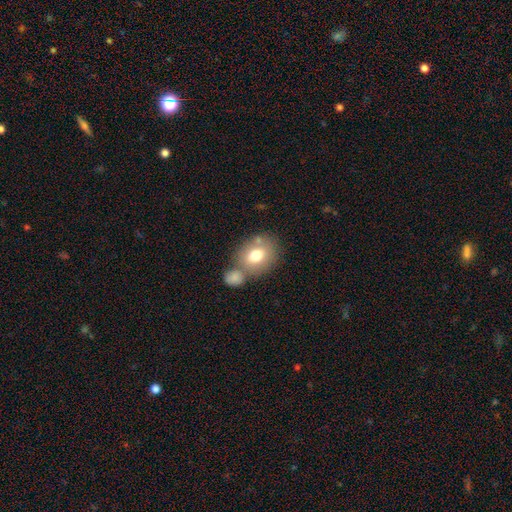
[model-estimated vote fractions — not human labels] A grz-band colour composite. It shows a smooth galaxy with no disk features (73%) that is round (52%). Merging: none (50%).